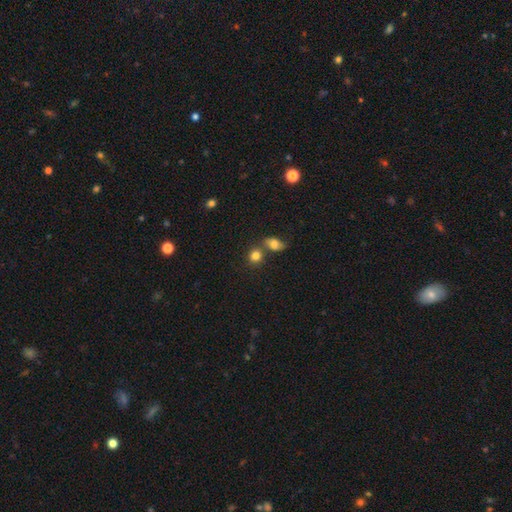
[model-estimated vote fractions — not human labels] Smooth or featured? smooth (81%)
How rounded? round (78%)
Merging? none (55%)